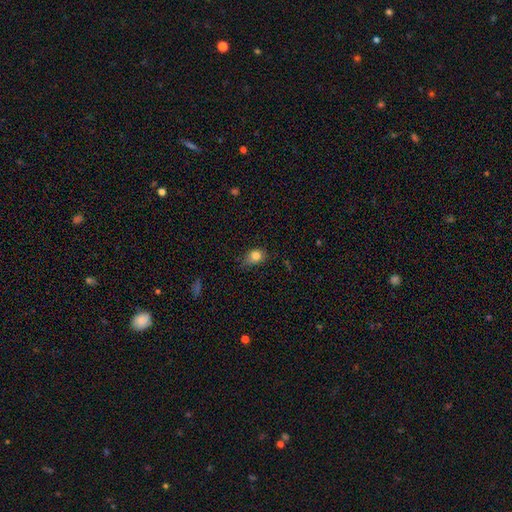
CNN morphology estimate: This appears to be a smooth galaxy with no disk features (81%) that is in between round and cigar-shaped (57%). Merging: none (60%).